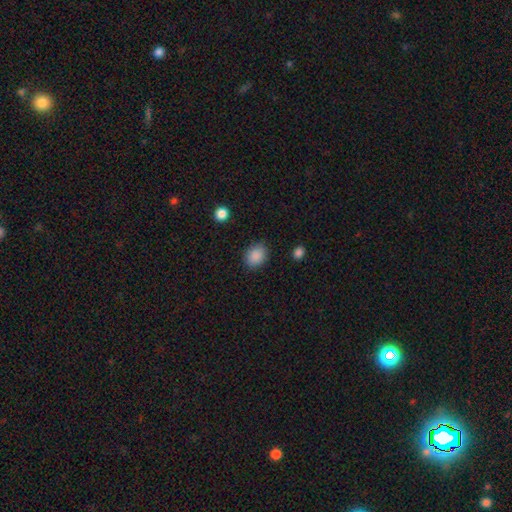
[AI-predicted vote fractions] Q: Smooth or featured?
A: smooth (88%); runner-up: star or artifact (9%)
Q: How rounded?
A: round (51%); runner-up: in between (48%)
Q: Merging?
A: none (82%); runner-up: minor disturbance (13%)